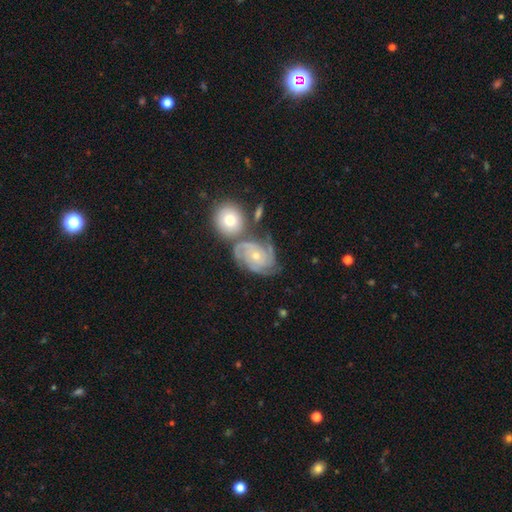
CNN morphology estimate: smooth_or_featured: featured or disk (p=0.85) [alt: smooth p=0.10]
disk_edge_on: no (p=0.97) [alt: yes p=0.03]
bar: no (p=0.75) [alt: weak p=0.20]
has_spiral_arms: yes (p=0.97) [alt: no p=0.03]
spiral_winding: tight (p=0.63) [alt: medium p=0.30]
spiral_arm_count: 3 (p=0.44) [alt: 2 p=0.17]
bulge_size: small (p=0.56) [alt: moderate p=0.41]
merging: none (p=0.56) [alt: minor disturbance p=0.19]